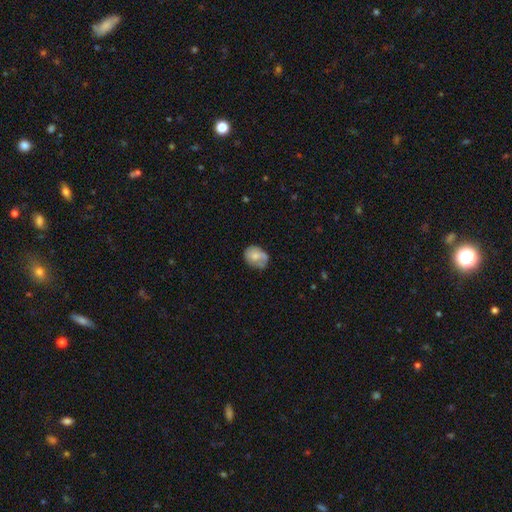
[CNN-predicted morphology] A smooth galaxy with no disk features (63%) that is in between round and cigar-shaped (55%).

Vote fractions:
- Smooth or featured? smooth: 63% / featured or disk: 28% / star or artifact: 8%
- How rounded? in between: 55% / round: 44% / cigar-shaped: 1%
- Merging? none: 47% / minor disturbance: 33% / major disturbance: 15% / merger: 4%